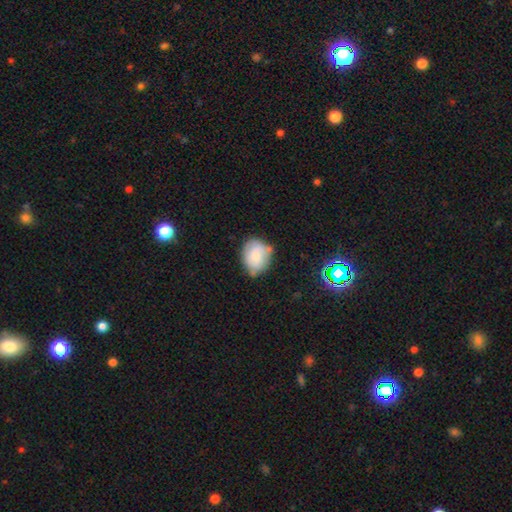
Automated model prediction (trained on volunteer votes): smooth 71%, featured or disk 21%, star or artifact 8%. Down the decision tree: how rounded — in between (51%); merging — none (53%).